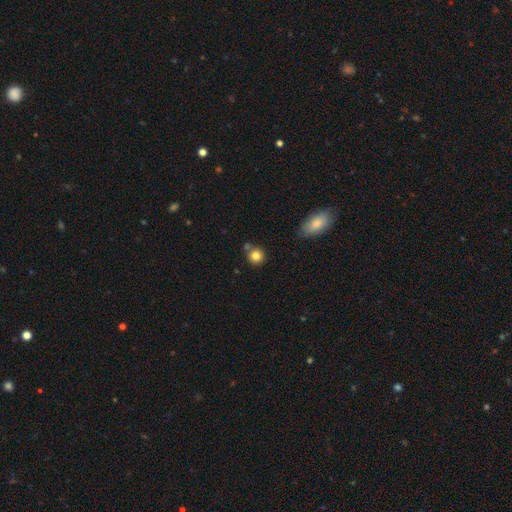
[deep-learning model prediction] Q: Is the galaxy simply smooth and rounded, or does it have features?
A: smooth — 82%.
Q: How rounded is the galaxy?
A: round — 90%.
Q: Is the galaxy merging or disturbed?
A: none — 72%.